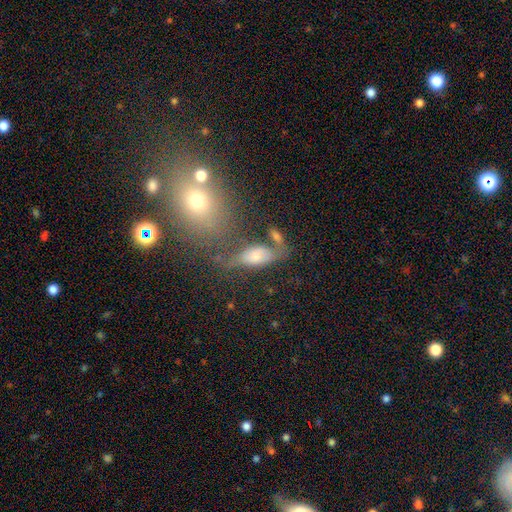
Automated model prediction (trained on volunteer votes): Smooth or featured?
  - smooth: 57% *
  - featured or disk: 30%
  - star or artifact: 13%
How rounded?
  - in between: 78% *
  - cigar-shaped: 15%
  - round: 7%
Merging?
  - none: 50% *
  - merger: 19%
  - minor disturbance: 19%
  - major disturbance: 12%